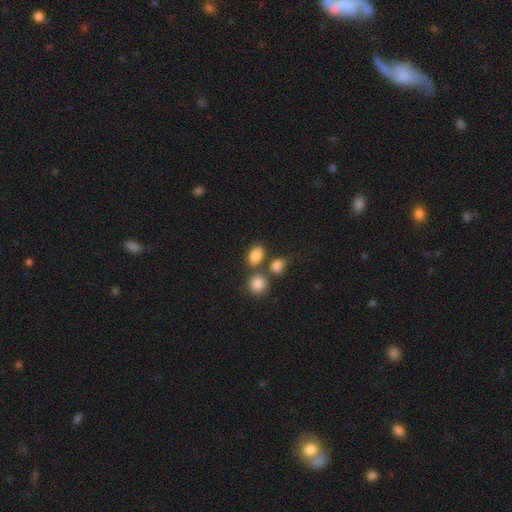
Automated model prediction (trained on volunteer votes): The model was most divided on "merging": none: 61%, merger: 22%, minor disturbance: 12%, major disturbance: 4%. More confident: smooth or featured — smooth (84%); how rounded — in between (78%).